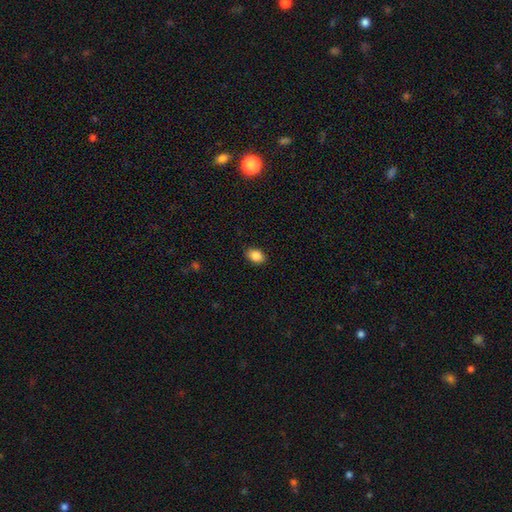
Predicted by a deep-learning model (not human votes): Smooth or featured? smooth (87%)
How rounded? in between (80%)
Merging? none (87%)